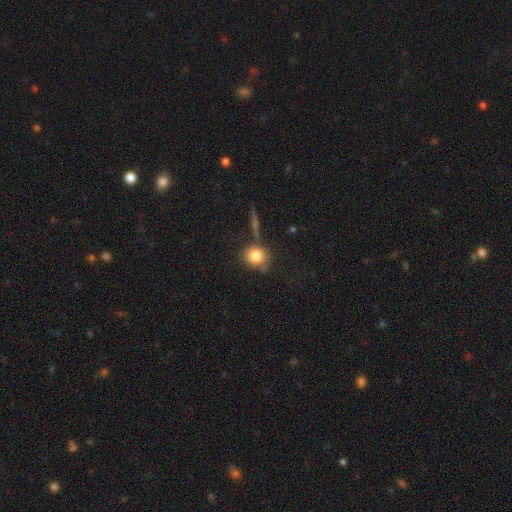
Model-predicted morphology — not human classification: The model was most divided on "merging": none: 68%, minor disturbance: 16%, merger: 10%, major disturbance: 6%. More confident: how rounded — round (83%); smooth or featured — smooth (81%).